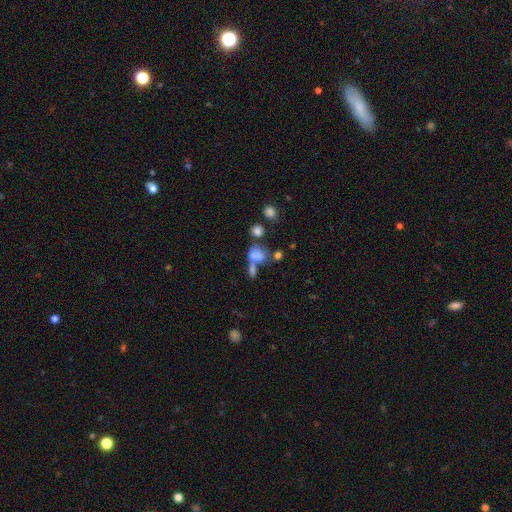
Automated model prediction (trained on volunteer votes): The model was most divided on "merging": merger: 50%, none: 26%, major disturbance: 12%, minor disturbance: 12%. More confident: smooth or featured — smooth (68%); how rounded — in between (62%).